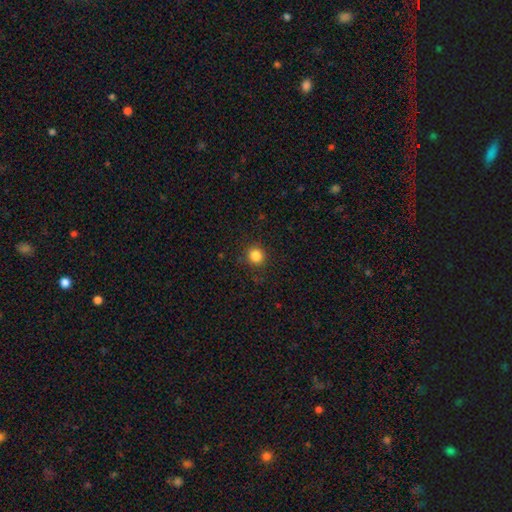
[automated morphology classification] This is clearly a smooth galaxy (85%). How rounded: clearly round (92%). Merging: clearly none (90%).